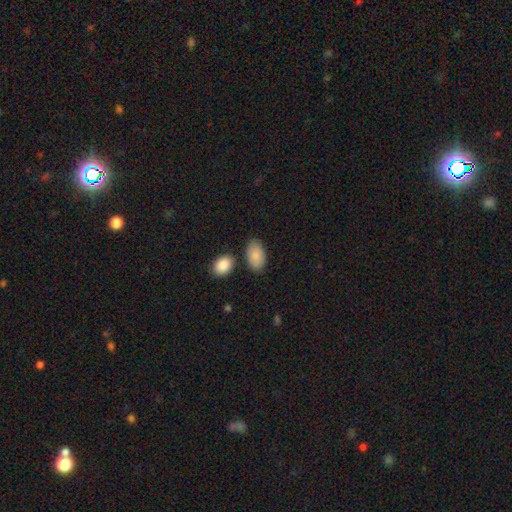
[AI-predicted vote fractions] This appears to be a smooth galaxy with no disk features (87%) that is in between round and cigar-shaped (94%). Merging: none (76%).